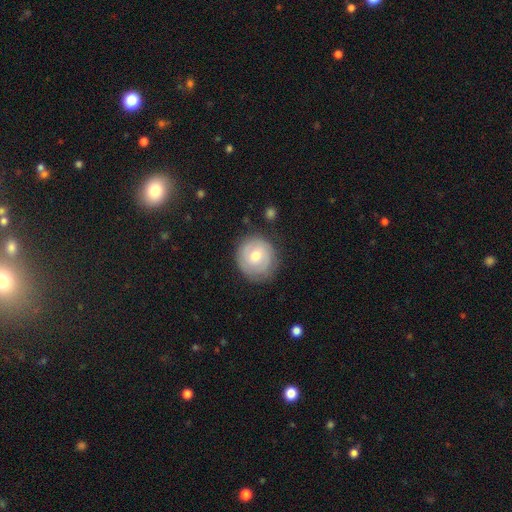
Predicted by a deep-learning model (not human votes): smooth-or-featured: smooth: 51% | featured or disk: 42% | star or artifact: 7%
  how-rounded: round: 89% | in between: 10% | cigar-shaped: 1%
  merging: none: 79% | minor disturbance: 15% | major disturbance: 4% | merger: 2%